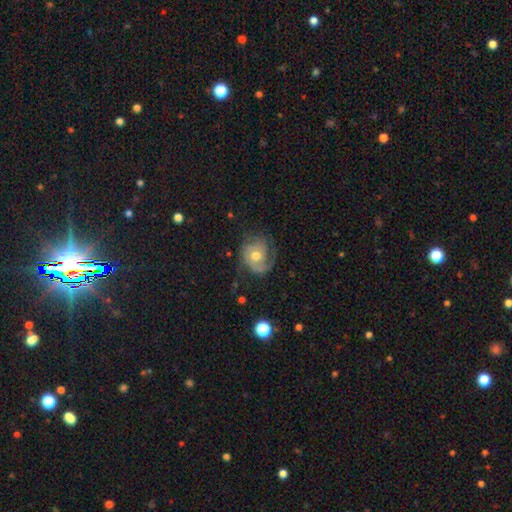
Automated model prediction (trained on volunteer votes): Morphology: type=featured or disk (76%); edge-on=no (98%); bar=no (76%); spiral arms=yes (92%); winding=tight (50%); arm count=1 (35%, tied with 2); bulge=moderate (71%); merging=none (61%).